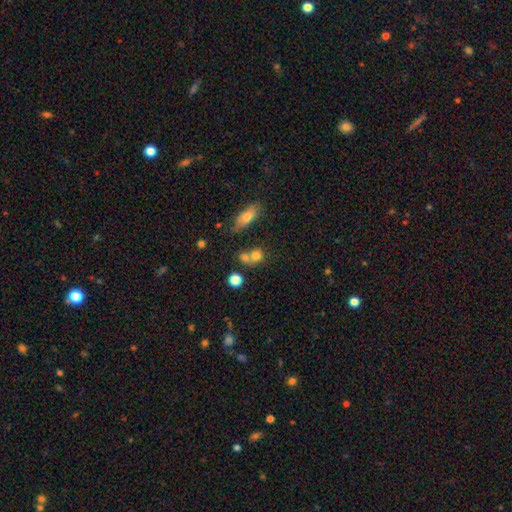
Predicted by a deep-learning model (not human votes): smooth-or-featured: smooth: 75% | star or artifact: 12% | featured or disk: 12%
  how-rounded: round: 71% | in between: 27% | cigar-shaped: 2%
  merging: merger: 46% | none: 39% | minor disturbance: 10% | major disturbance: 5%